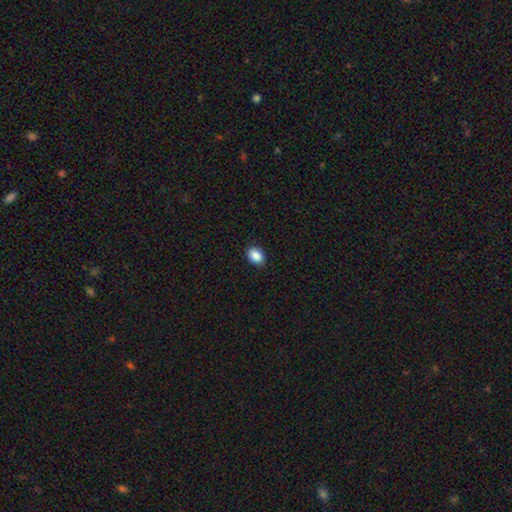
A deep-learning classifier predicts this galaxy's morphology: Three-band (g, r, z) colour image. It shows a smooth galaxy with no disk features (89%) that is in between round and cigar-shaped (75%). Merging: none (89%).